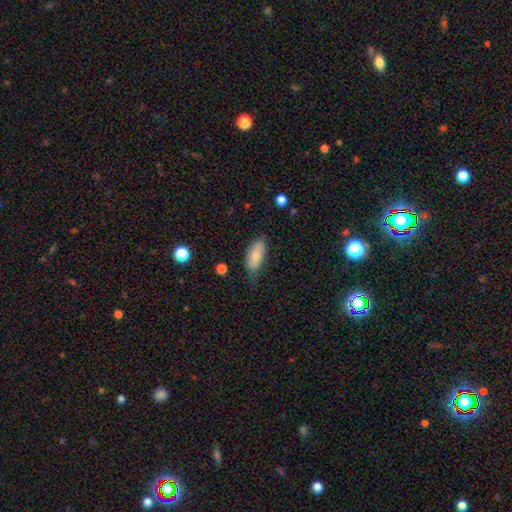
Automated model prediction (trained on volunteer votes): Overall: smooth (77%). How rounded: in between (87%). Merging: none (65%; minor disturbance 27%).